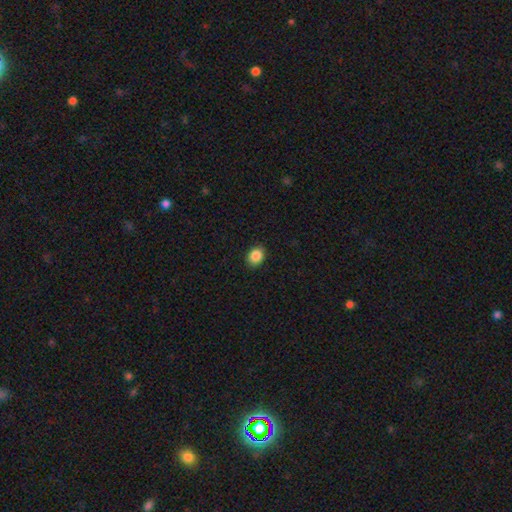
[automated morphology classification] Q: Smooth or featured?
A: smooth (87%); runner-up: star or artifact (9%)
Q: How rounded?
A: in between (56%); runner-up: round (43%)
Q: Merging?
A: none (89%); runner-up: minor disturbance (8%)